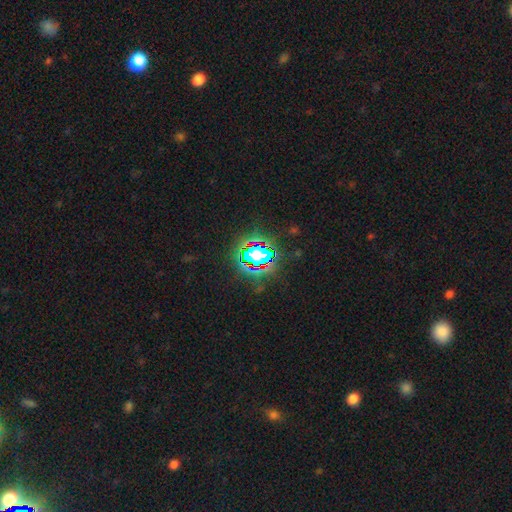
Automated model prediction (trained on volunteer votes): Q: Smooth or featured?
A: star or artifact (67%); runner-up: smooth (20%)